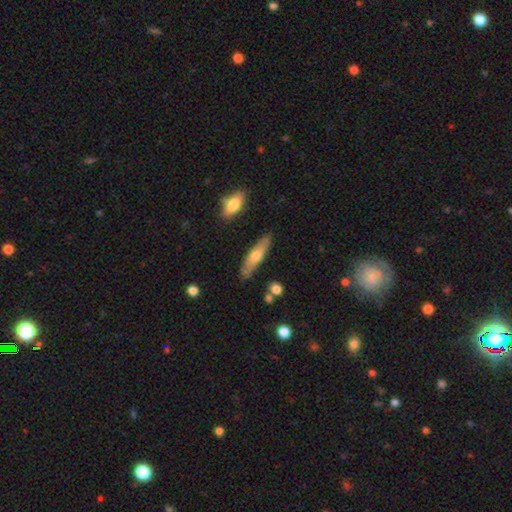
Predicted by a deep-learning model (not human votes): Smooth or featured? smooth (55%)
How rounded? cigar-shaped (66%)
Merging? none (83%)